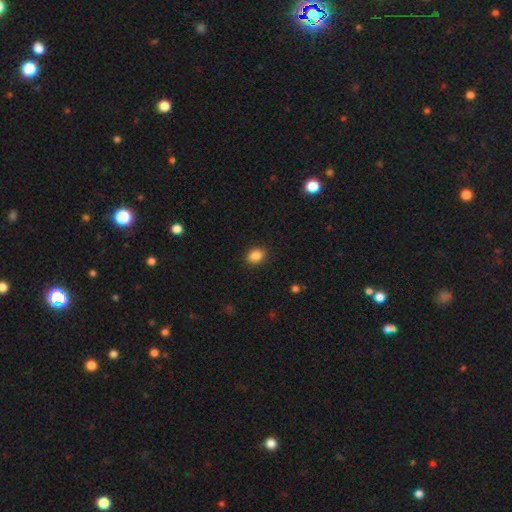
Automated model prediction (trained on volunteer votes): smooth 87%, star or artifact 10%, featured or disk 3%. Down the decision tree: how rounded — in between (53%); merging — none (89%).